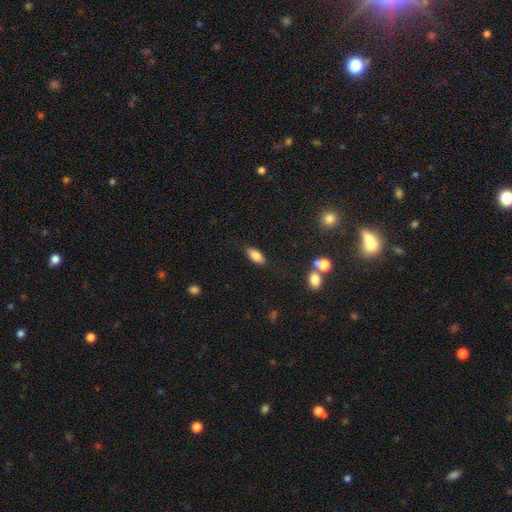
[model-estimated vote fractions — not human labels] This is clearly a smooth galaxy (84%). How rounded: clearly in between (86%). Merging: clearly none (81%).